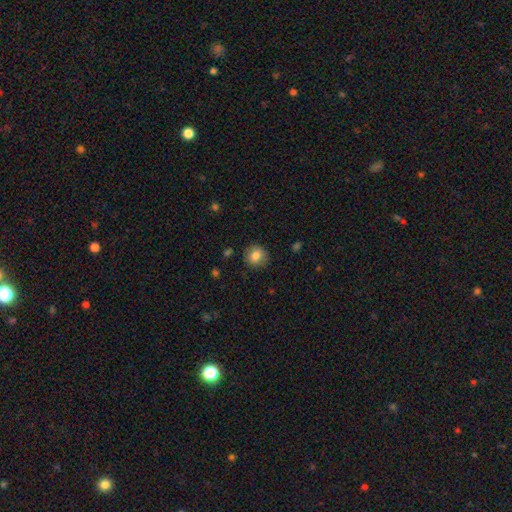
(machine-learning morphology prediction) smooth 82%, star or artifact 9%, featured or disk 9%. Down the decision tree: how rounded — round (86%); merging — none (86%).